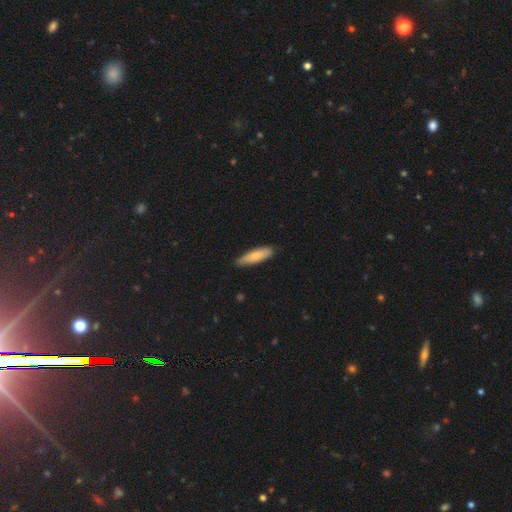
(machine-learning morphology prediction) type=smooth (76%); roundness=cigar-shaped (63%); merging=none (82%).